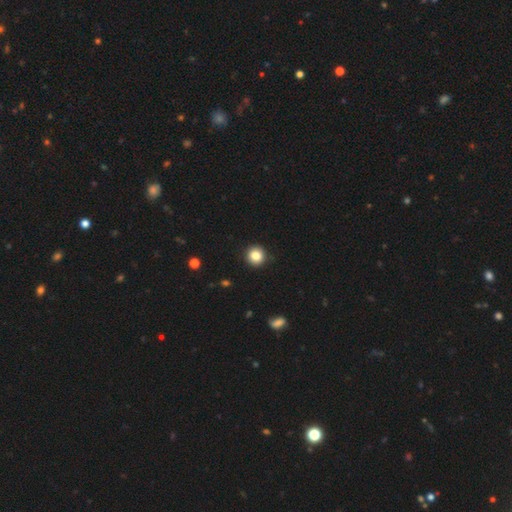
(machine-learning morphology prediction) This is clearly a smooth galaxy (84%). How rounded: clearly round (93%). Merging: clearly none (92%).